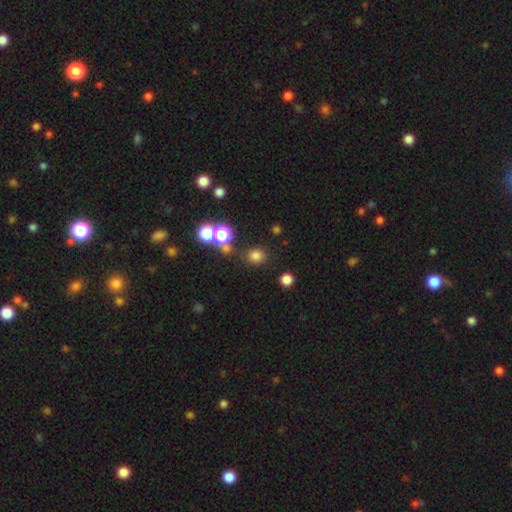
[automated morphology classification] smooth 75%, star or artifact 19%, featured or disk 5%. Down the decision tree: how rounded — round (79%); merging — none (79%).